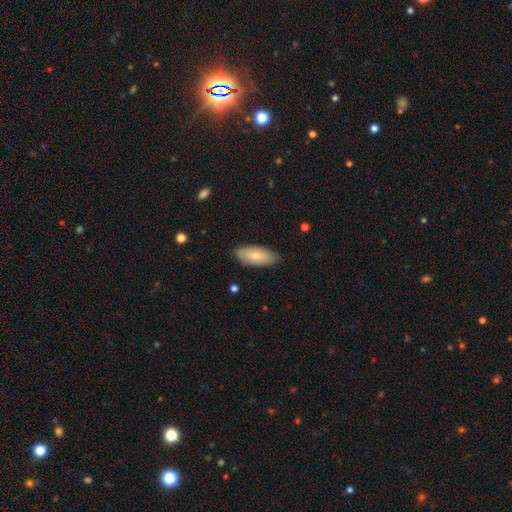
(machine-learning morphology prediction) Smooth or featured? smooth (79%)
How rounded? in between (84%)
Merging? none (85%)